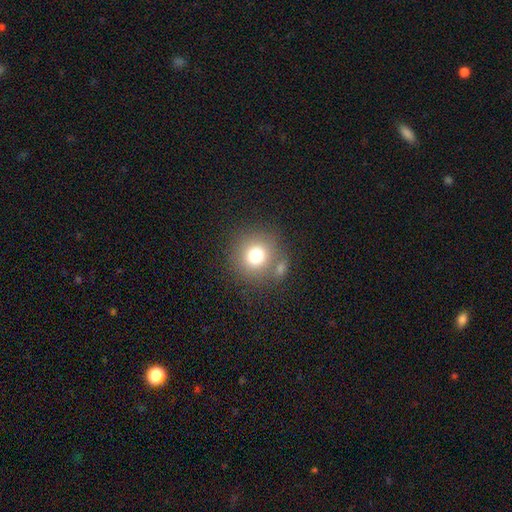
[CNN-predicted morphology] A smooth galaxy with no disk features (76%) that is round (91%).

Vote fractions:
- Smooth or featured? smooth: 76% / star or artifact: 13% / featured or disk: 11%
- How rounded? round: 91% / in between: 8% / cigar-shaped: 1%
- Merging? none: 73% / merger: 12% / minor disturbance: 10% / major disturbance: 5%